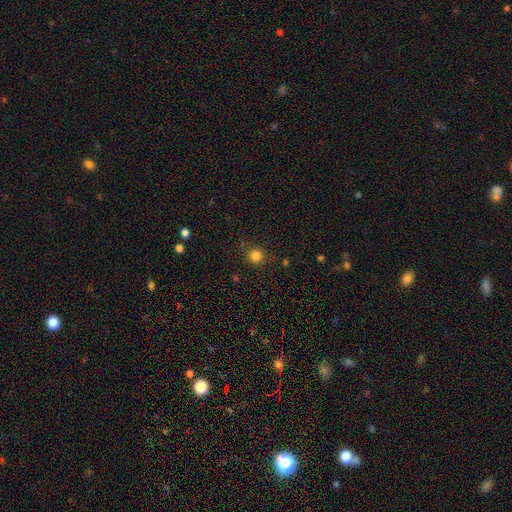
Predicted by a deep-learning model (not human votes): Smooth or featured? smooth (82%)
How rounded? round (93%)
Merging? none (87%)